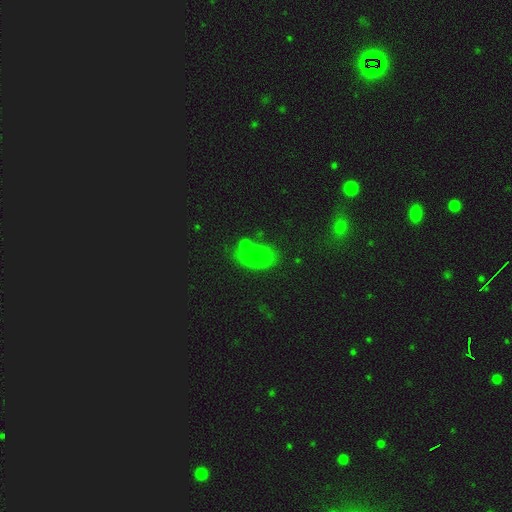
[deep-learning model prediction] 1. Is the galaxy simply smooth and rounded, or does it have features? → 72% smooth, 16% featured or disk, 12% star or artifact.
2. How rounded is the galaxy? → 84% in between, 14% round, 2% cigar-shaped.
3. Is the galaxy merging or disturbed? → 56% none, 19% merger, 19% minor disturbance, 7% major disturbance.